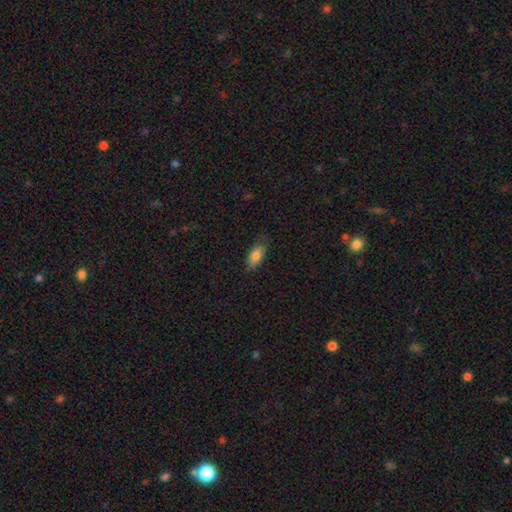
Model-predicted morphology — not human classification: Overall: smooth (80%). How rounded: in between (84%). Merging: none (79%).